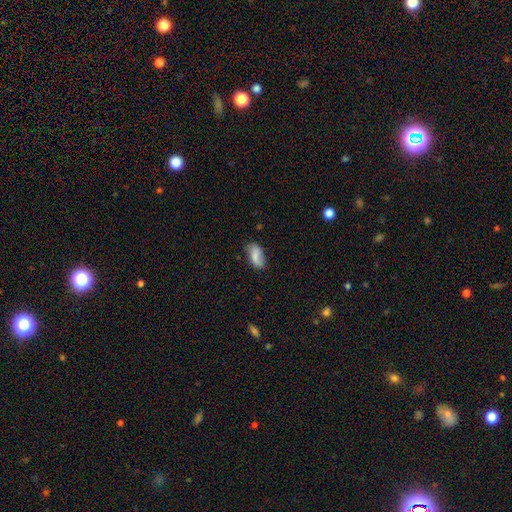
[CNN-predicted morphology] Smooth or featured: smooth — 74% (featured or disk — 18%)
How rounded: in between — 92% (cigar-shaped — 5%)
Merging: none — 68% (minor disturbance — 24%)